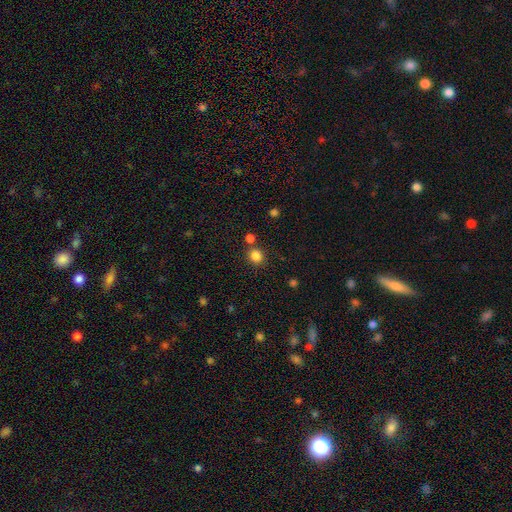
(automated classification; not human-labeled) Smooth or featured: smooth — 83% (star or artifact — 13%)
How rounded: round — 83% (in between — 16%)
Merging: none — 79% (merger — 10%)